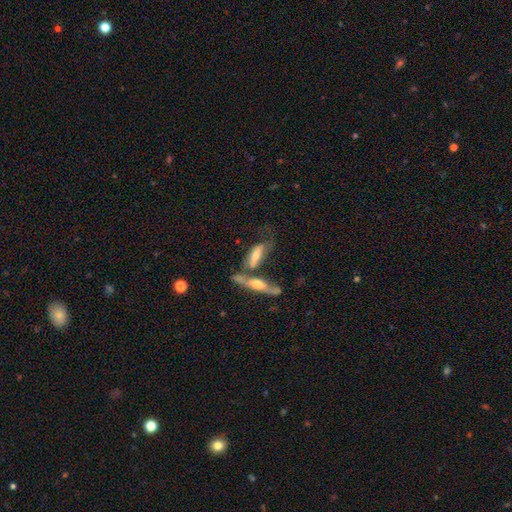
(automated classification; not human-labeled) Smooth or featured? Predicted: featured or disk (p=0.52). Edge-on disk? Predicted: yes (p=0.54). Merging? Predicted: merger (p=0.48).